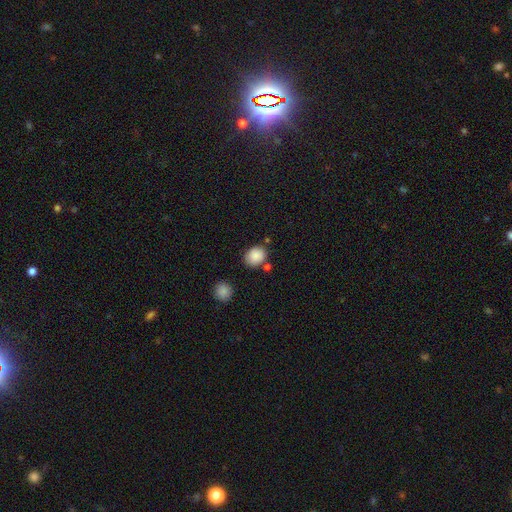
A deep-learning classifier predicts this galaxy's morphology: The model was most divided on "how rounded": round: 54%, in between: 45%, cigar-shaped: 1%. More confident: smooth or featured — smooth (87%); merging — none (72%).